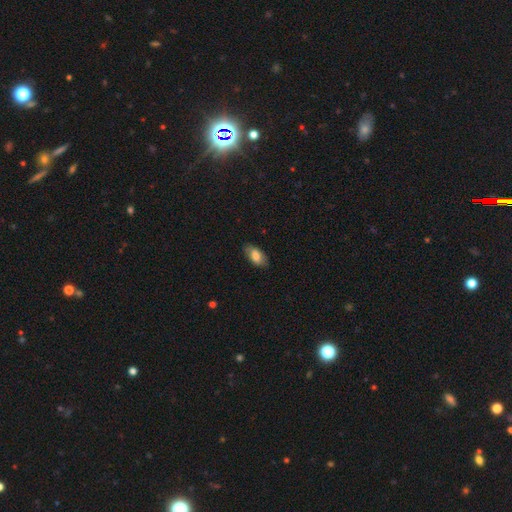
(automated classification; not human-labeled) smooth 76%, featured or disk 17%, star or artifact 7%. Down the decision tree: how rounded — in between (92%); merging — none (78%).